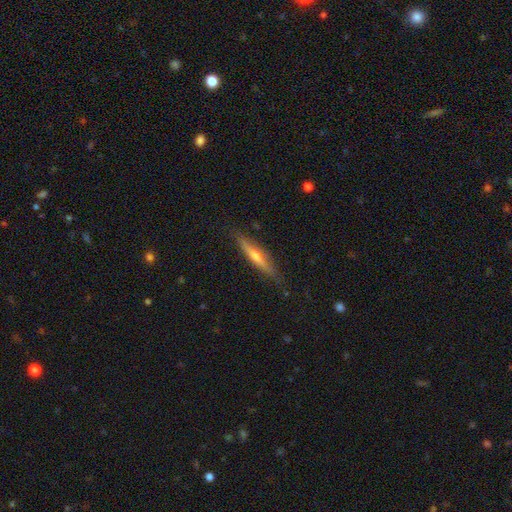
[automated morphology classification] This is likely a featured or disk galaxy (62%). It is clearly viewed edge-on (94%). Edge-on bulge: likely rounded (79%). Merging: clearly none (84%).